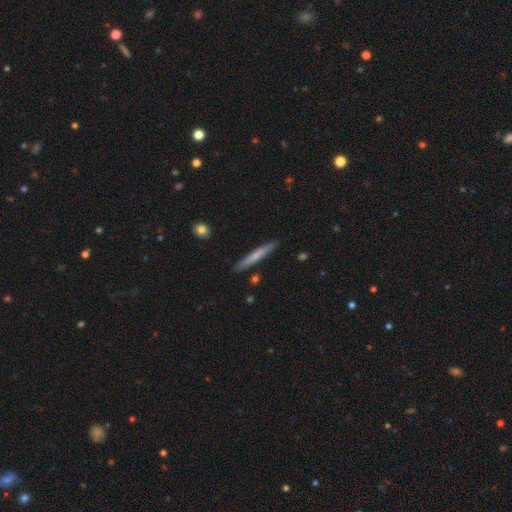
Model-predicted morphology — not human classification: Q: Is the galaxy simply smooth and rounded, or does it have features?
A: smooth — 60%.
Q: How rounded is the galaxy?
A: cigar-shaped — 95%.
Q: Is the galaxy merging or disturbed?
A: none — 89%.